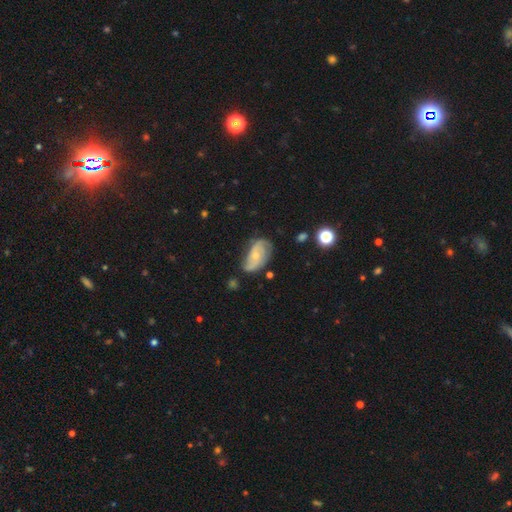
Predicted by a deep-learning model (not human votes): Smooth or featured: featured or disk — 64% (smooth — 30%)
Edge-on disk: no — 95% (yes — 5%)
Bar: no — 70% (weak — 24%)
Spiral arms: yes — 84% (no — 16%)
Spiral winding: medium — 39% (tight — 34%)
Spiral arm count: 2 — 58% (can't tell — 24%)
Bulge size: small — 60% (moderate — 35%)
Merging: none — 55% (minor disturbance — 31%)